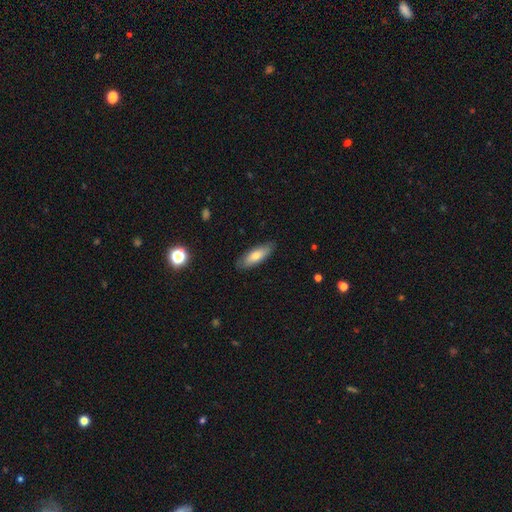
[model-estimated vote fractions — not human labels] Smooth or featured? Predicted: smooth (p=0.72). How rounded? Predicted: in between (p=0.62). Merging? Predicted: none (p=0.86).